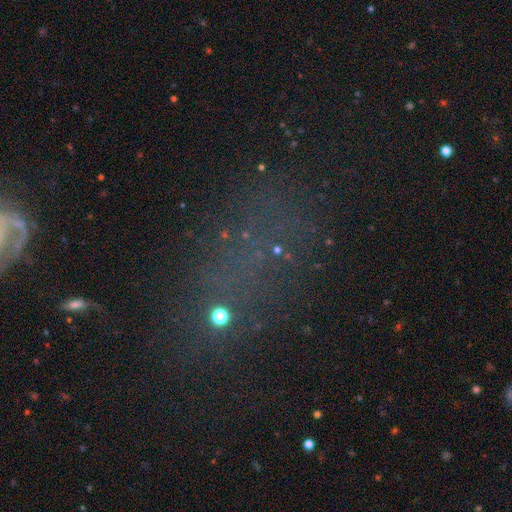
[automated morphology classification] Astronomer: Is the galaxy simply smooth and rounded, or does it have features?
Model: star or artifact — 53%.